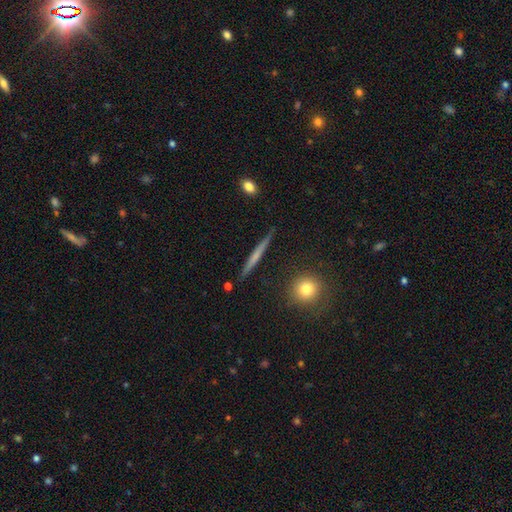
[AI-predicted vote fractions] A featured or disk galaxy (48%).

Vote fractions:
- Smooth or featured? featured or disk: 48% / smooth: 45% / star or artifact: 7%
- Merging? none: 90% / minor disturbance: 7% / major disturbance: 2% / merger: 1%